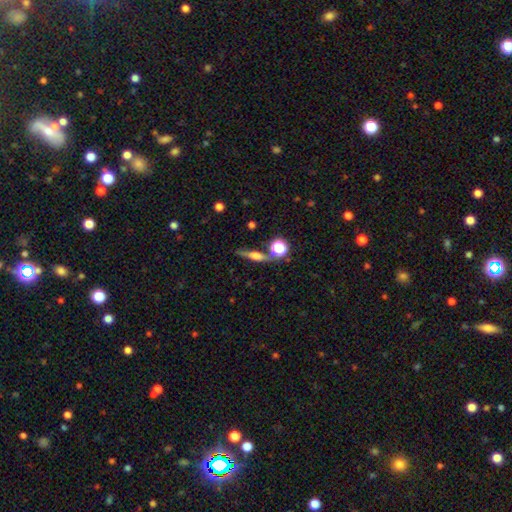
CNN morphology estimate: Overall: featured or disk (47%; smooth 39%). Merging: none (72%).